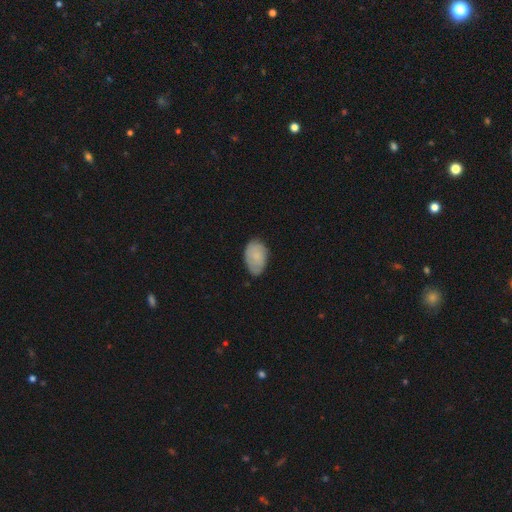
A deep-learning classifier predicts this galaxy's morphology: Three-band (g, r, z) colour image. It shows a smooth galaxy with no disk features (73%) that is in between round and cigar-shaped (89%). Merging: none (65%).